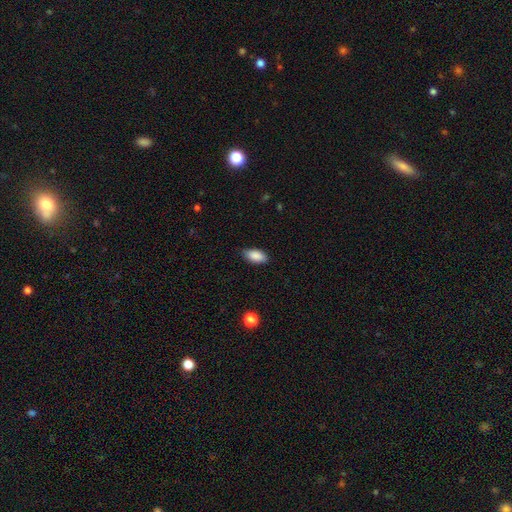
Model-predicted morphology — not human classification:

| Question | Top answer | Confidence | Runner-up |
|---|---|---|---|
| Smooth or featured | smooth | 88% | star or artifact (7%) |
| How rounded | in between | 92% | cigar-shaped (6%) |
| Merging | none | 82% | minor disturbance (14%) |